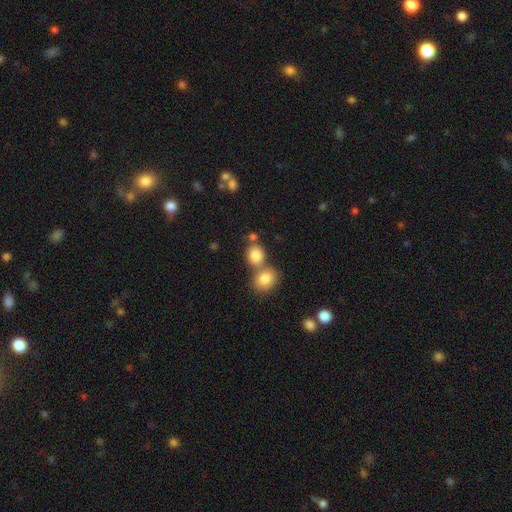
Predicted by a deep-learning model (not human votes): Smooth or featured? smooth (83%)
How rounded? round (64%)
Merging? none (44%, tied with merger)